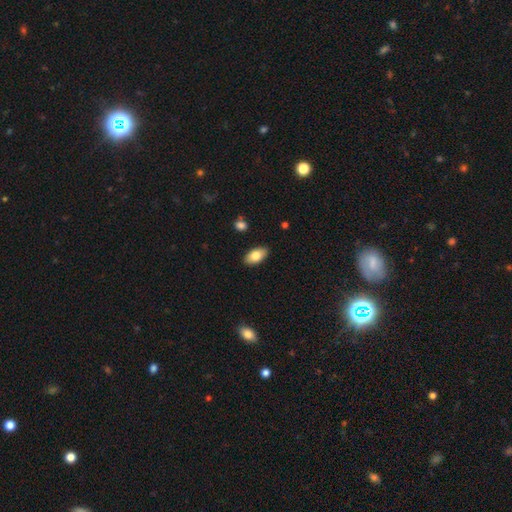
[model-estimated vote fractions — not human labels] A smooth galaxy with no disk features (79%) that is in between round and cigar-shaped (93%).

Vote fractions:
- Smooth or featured? smooth: 79% / featured or disk: 14% / star or artifact: 7%
- How rounded? in between: 93% / round: 4% / cigar-shaped: 3%
- Merging? none: 88% / minor disturbance: 9% / major disturbance: 2% / merger: 1%